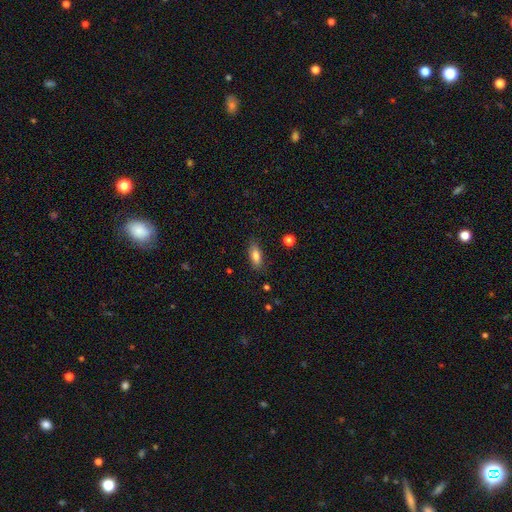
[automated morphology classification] A smooth galaxy with no disk features (81%) that is in between round and cigar-shaped (76%).

Vote fractions:
- Smooth or featured? smooth: 81% / featured or disk: 11% / star or artifact: 8%
- How rounded? in between: 76% / cigar-shaped: 21% / round: 3%
- Merging? none: 83% / minor disturbance: 12% / major disturbance: 3% / merger: 1%